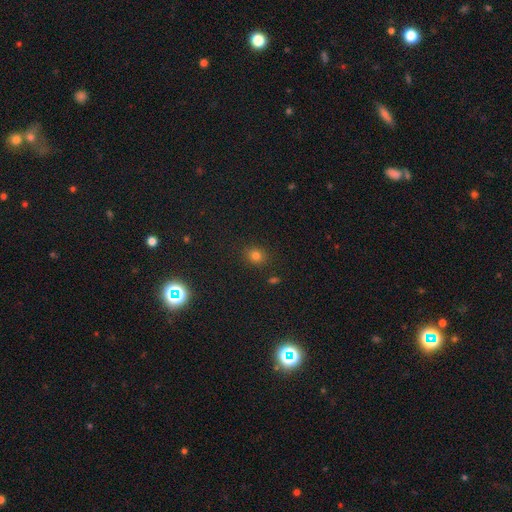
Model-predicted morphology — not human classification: Smooth or featured: smooth — 75% (star or artifact — 18%)
How rounded: round — 70% (in between — 29%)
Merging: none — 86% (minor disturbance — 9%)